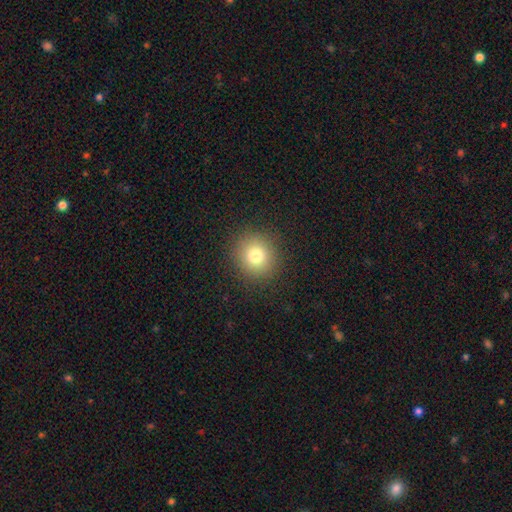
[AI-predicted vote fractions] A smooth galaxy with no disk features (78%) that is round (91%). Merging: none (90%).